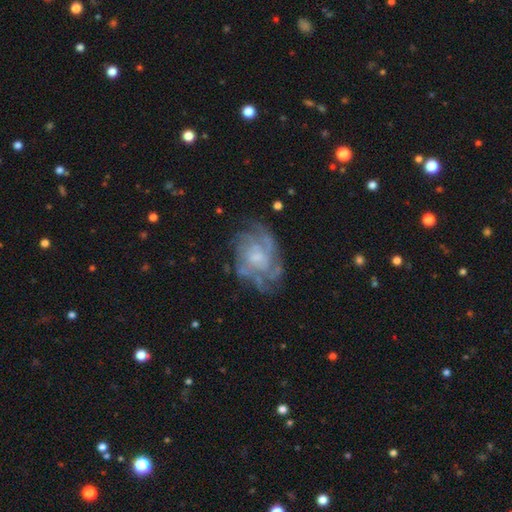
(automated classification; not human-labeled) Smooth or featured?
  - featured or disk: 80% *
  - smooth: 12%
  - star or artifact: 8%
Edge-on disk?
  - no: 97% *
  - yes: 3%
Bar?
  - no: 68% *
  - weak: 28%
  - strong: 5%
Spiral arms?
  - yes: 89% *
  - no: 11%
Spiral winding?
  - tight: 51% *
  - medium: 37%
  - loose: 12%
Spiral arm count?
  - can't tell: 42% *
  - 4: 17%
  - 3: 17%
  - 2: 12%
  - more than 4: 7%
  - 1: 6%
Bulge size?
  - small: 43% *
  - moderate: 34%
  - none: 17%
  - large: 5%
  - dominant: 1%
Merging?
  - none: 67% *
  - minor disturbance: 19%
  - major disturbance: 12%
  - merger: 2%